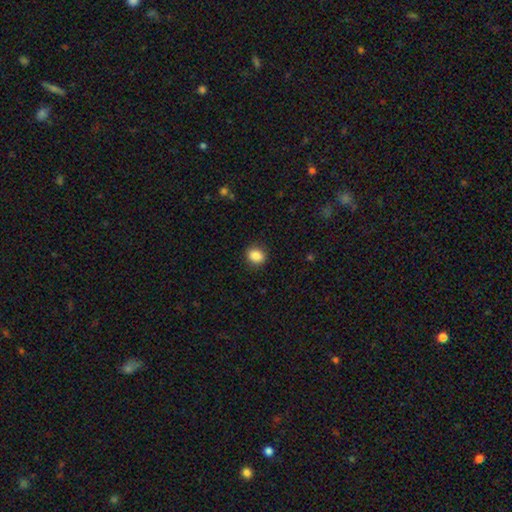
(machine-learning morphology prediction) A smooth galaxy with no disk features (87%) that is round (60%). Merging: none (90%).